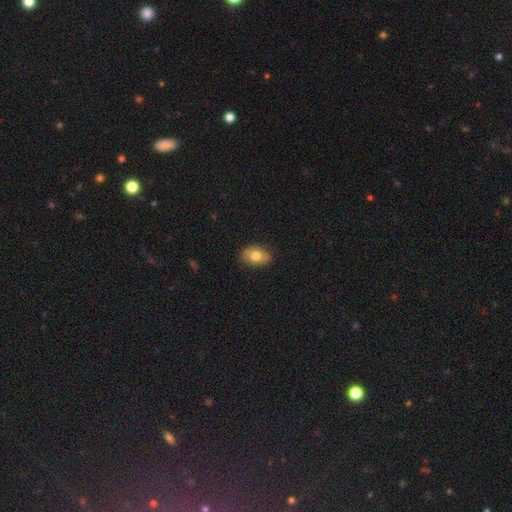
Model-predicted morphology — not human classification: smooth 73%, featured or disk 20%, star or artifact 7%. Down the decision tree: how rounded — in between (83%); merging — none (85%).